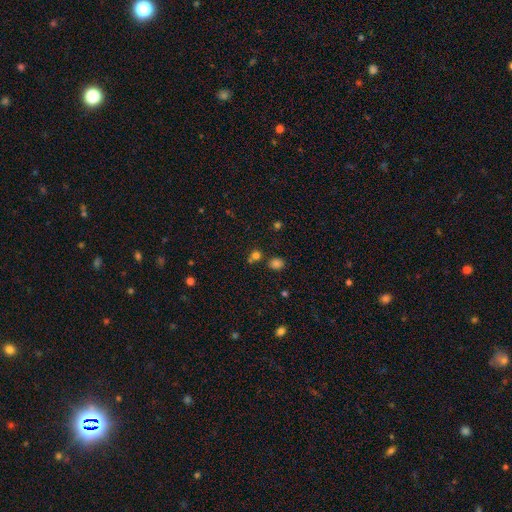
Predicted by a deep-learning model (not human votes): Smooth or featured? Predicted: smooth (p=0.71). How rounded? Predicted: round (p=0.81). Merging? Predicted: none (p=0.67).